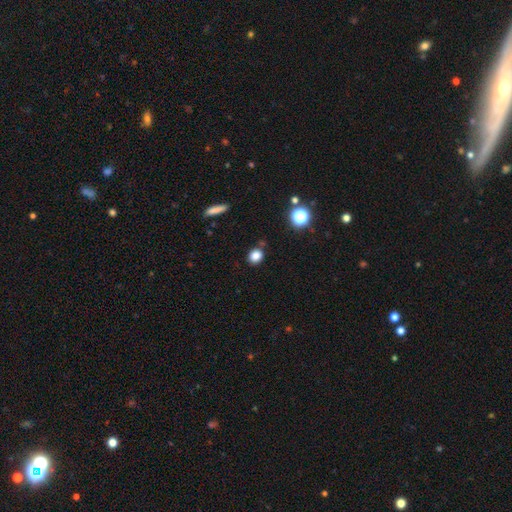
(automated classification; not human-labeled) Smooth or featured? Predicted: smooth (p=0.83). How rounded? Predicted: round (p=0.68). Merging? Predicted: none (p=0.80).